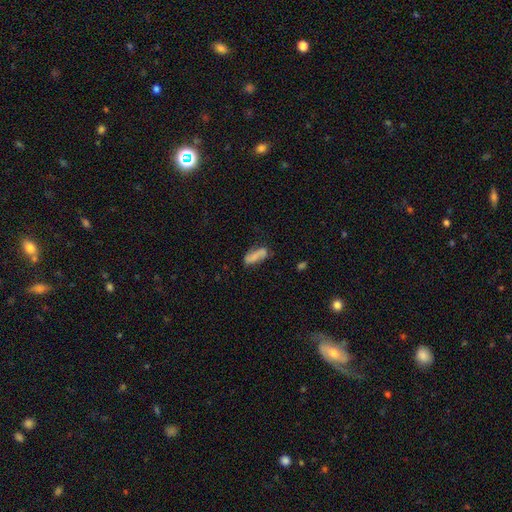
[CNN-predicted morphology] Smooth or featured: smooth — 62% (featured or disk — 29%)
How rounded: in between — 69% (cigar-shaped — 28%)
Merging: none — 64% (minor disturbance — 24%)